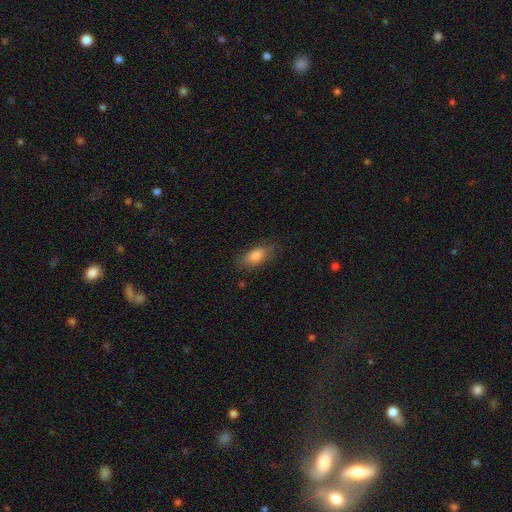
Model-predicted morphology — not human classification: Smooth or featured? smooth (81%)
How rounded? in between (83%)
Merging? none (78%)